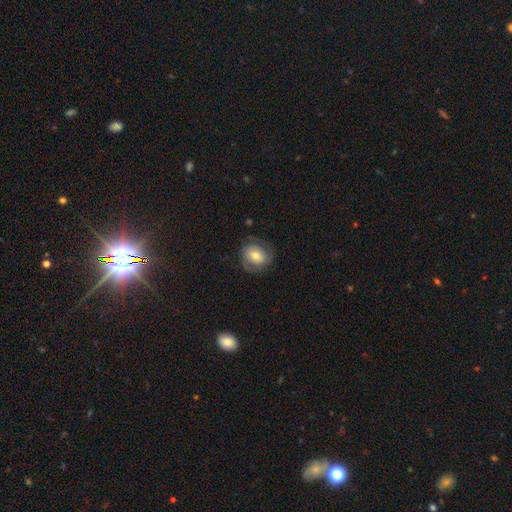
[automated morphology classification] Q: Smooth or featured?
A: featured or disk (52%); runner-up: smooth (41%)
Q: Edge-on disk?
A: no (96%); runner-up: yes (4%)
Q: Merging?
A: none (72%); runner-up: minor disturbance (17%)